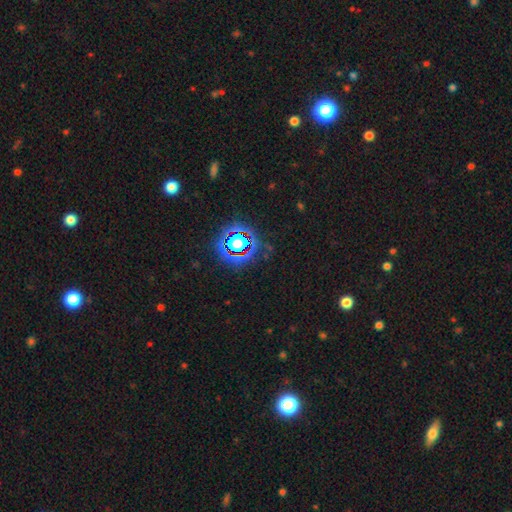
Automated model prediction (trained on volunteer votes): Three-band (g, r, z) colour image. It shows a star or artifact, not a galaxy (81%).